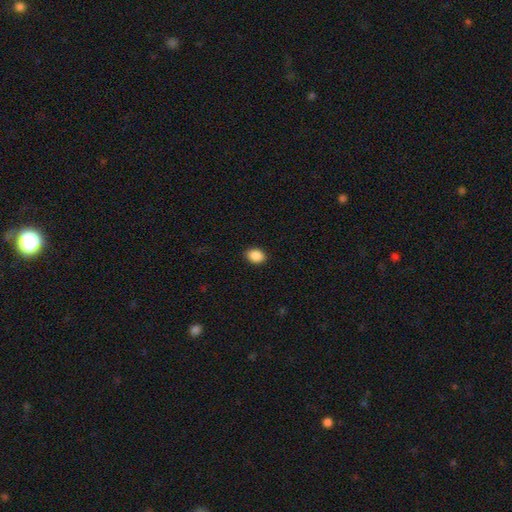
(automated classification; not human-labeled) Q: Smooth or featured?
A: smooth (90%); runner-up: star or artifact (8%)
Q: How rounded?
A: in between (72%); runner-up: round (27%)
Q: Merging?
A: none (90%); runner-up: minor disturbance (8%)